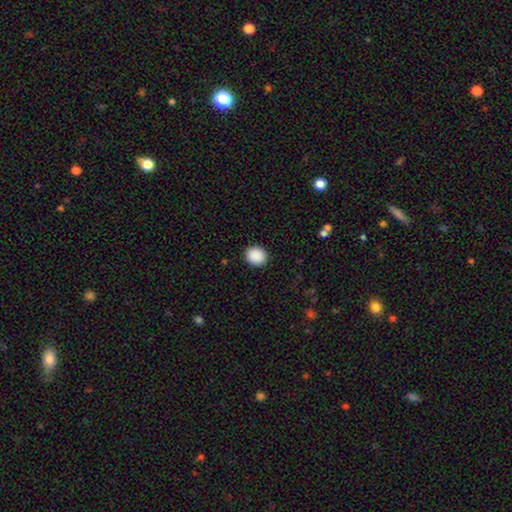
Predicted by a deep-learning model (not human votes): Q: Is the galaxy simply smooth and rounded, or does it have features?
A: smooth — 90%.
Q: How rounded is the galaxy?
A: round — 81%.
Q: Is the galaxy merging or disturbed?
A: none — 91%.